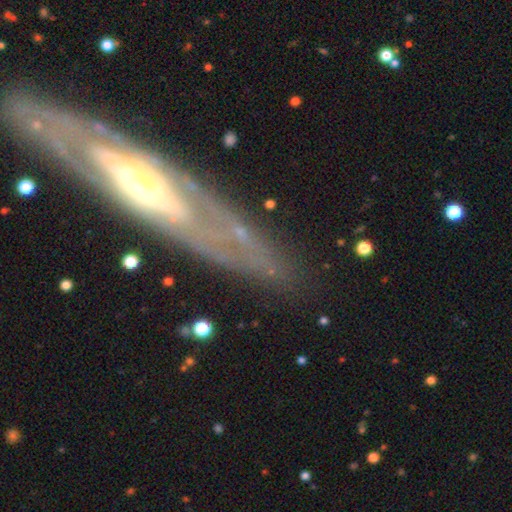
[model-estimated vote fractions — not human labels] Smooth or featured?
  - featured or disk: 74% *
  - smooth: 17%
  - star or artifact: 9%
Edge-on disk?
  - no: 62% *
  - yes: 38%
Merging?
  - none: 71% *
  - minor disturbance: 15%
  - major disturbance: 11%
  - merger: 3%